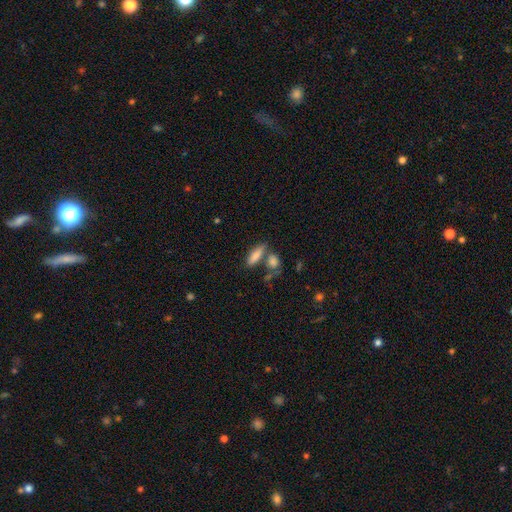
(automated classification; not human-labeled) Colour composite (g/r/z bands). It shows a smooth galaxy with no disk features (81%) that is in between round and cigar-shaped (56%). Merging: none (58%).